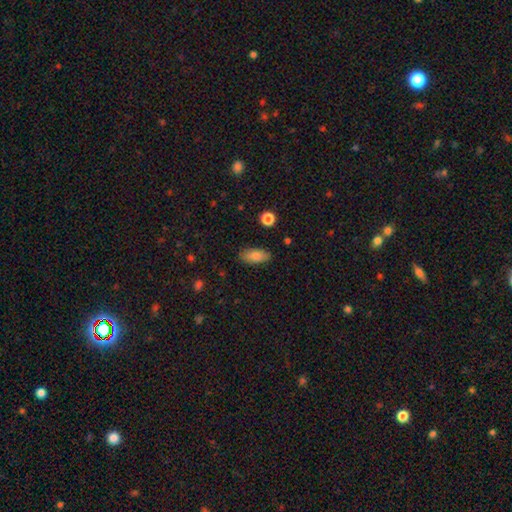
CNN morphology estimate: smooth_or_featured: smooth (p=0.81) [alt: featured or disk p=0.11]
how_rounded: in between (p=0.86) [alt: cigar-shaped p=0.10]
merging: none (p=0.86) [alt: minor disturbance p=0.10]